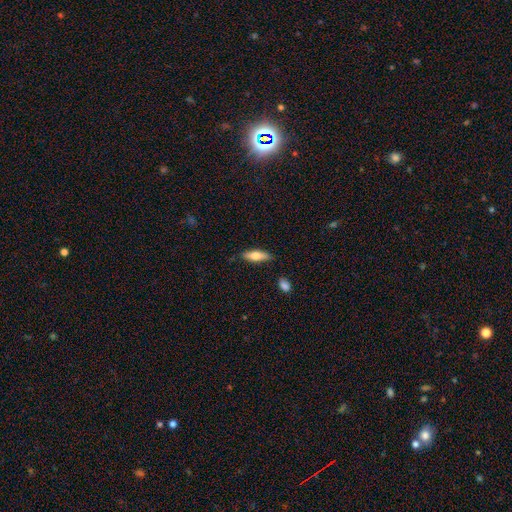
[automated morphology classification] smooth 61%, featured or disk 32%, star or artifact 6%. Down the decision tree: how rounded — cigar-shaped (52%); merging — none (84%).